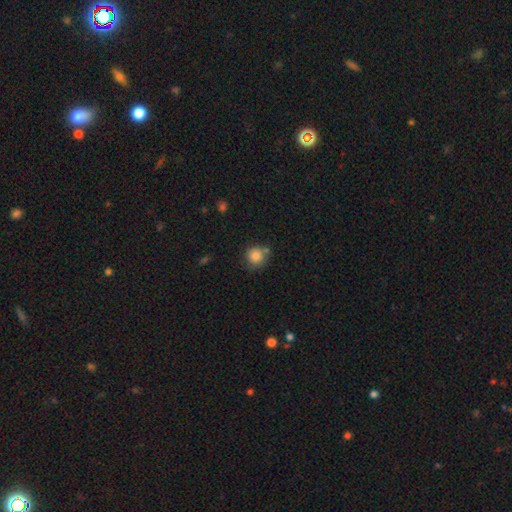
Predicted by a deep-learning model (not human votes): Smooth or featured?
  - smooth: 84% *
  - star or artifact: 10%
  - featured or disk: 6%
How rounded?
  - round: 91% *
  - in between: 8%
  - cigar-shaped: 1%
Merging?
  - none: 69% *
  - minor disturbance: 16%
  - merger: 11%
  - major disturbance: 4%